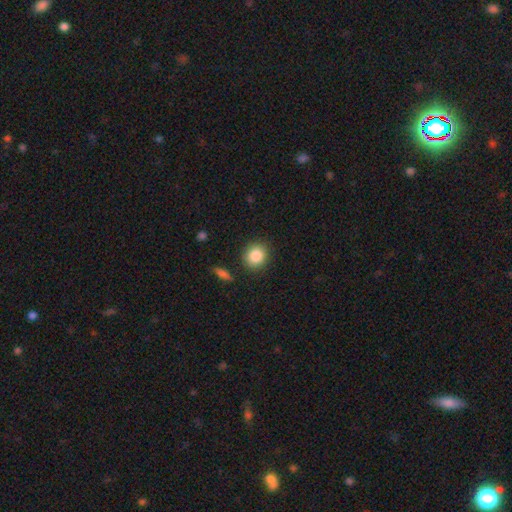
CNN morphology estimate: This is clearly a smooth galaxy (86%). How rounded: likely round (79%). Merging: clearly none (87%).